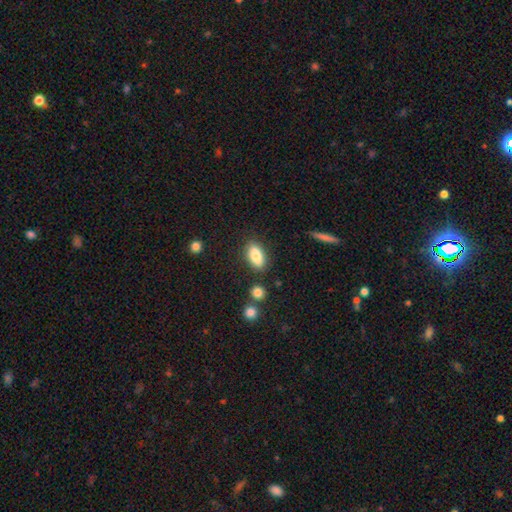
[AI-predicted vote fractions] Smooth or featured?
  - smooth: 83% *
  - featured or disk: 10%
  - star or artifact: 7%
How rounded?
  - in between: 85% *
  - cigar-shaped: 11%
  - round: 4%
Merging?
  - none: 82% *
  - minor disturbance: 11%
  - merger: 4%
  - major disturbance: 3%